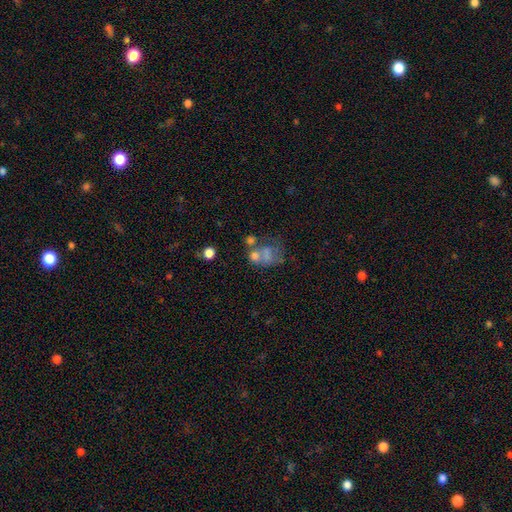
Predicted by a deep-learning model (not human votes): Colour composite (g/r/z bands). It shows a smooth galaxy with no disk features (54%) that is round (52%). Merging: merger (36%).